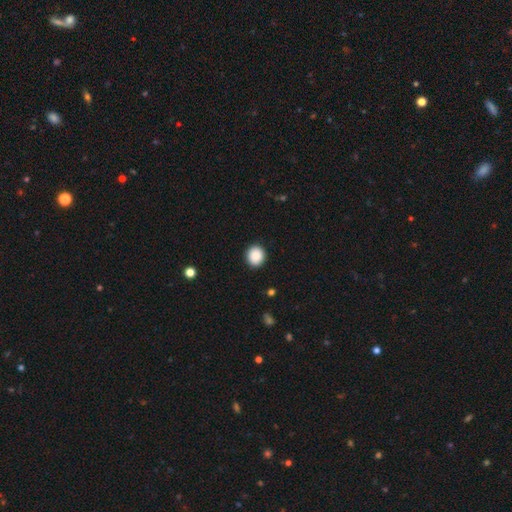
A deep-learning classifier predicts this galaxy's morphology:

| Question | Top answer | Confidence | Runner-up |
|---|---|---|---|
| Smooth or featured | smooth | 88% | star or artifact (8%) |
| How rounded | round | 79% | in between (20%) |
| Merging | none | 92% | minor disturbance (6%) |